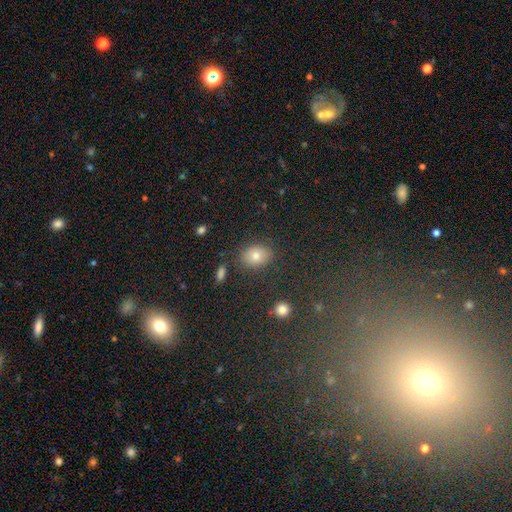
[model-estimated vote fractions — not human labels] Smooth or featured: smooth — 73% (star or artifact — 17%)
How rounded: in between — 71% (round — 28%)
Merging: none — 84% (minor disturbance — 10%)